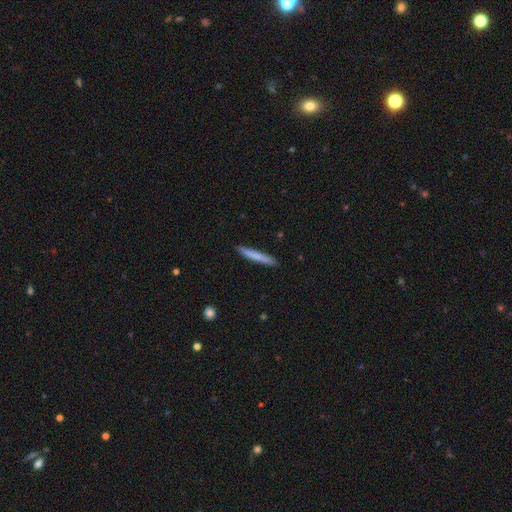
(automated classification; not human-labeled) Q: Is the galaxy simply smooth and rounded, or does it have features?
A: smooth — 74%.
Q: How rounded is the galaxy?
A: cigar-shaped — 96%.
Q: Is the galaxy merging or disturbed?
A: none — 91%.